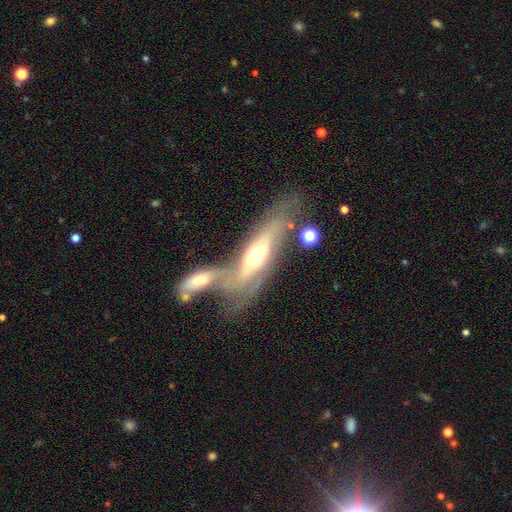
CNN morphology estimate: This is likely a featured or disk galaxy (68%). It is likely not viewed edge-on (66%). Merging: possibly merger (50%).